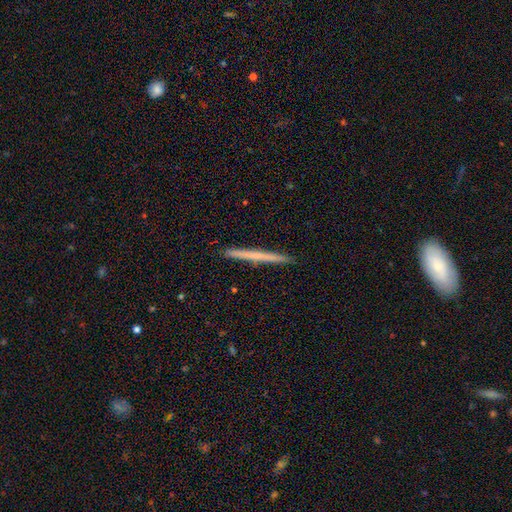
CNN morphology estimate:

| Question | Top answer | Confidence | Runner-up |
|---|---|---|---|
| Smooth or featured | smooth | 51% | featured or disk (43%) |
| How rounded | cigar-shaped | 97% | in between (1%) |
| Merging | none | 93% | minor disturbance (5%) |